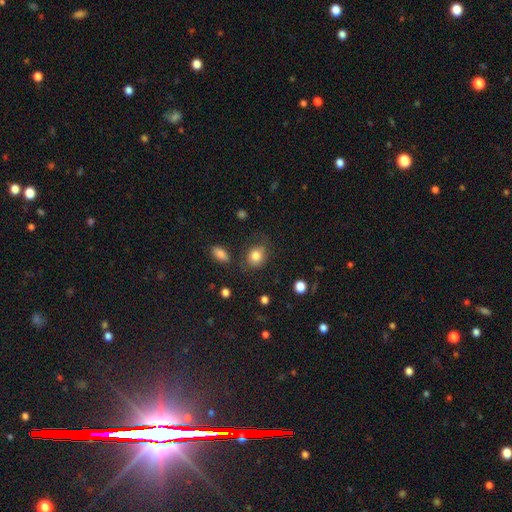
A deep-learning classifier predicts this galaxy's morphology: Overall: smooth (81%). How rounded: round (63%; in between 36%). Merging: none (66%).